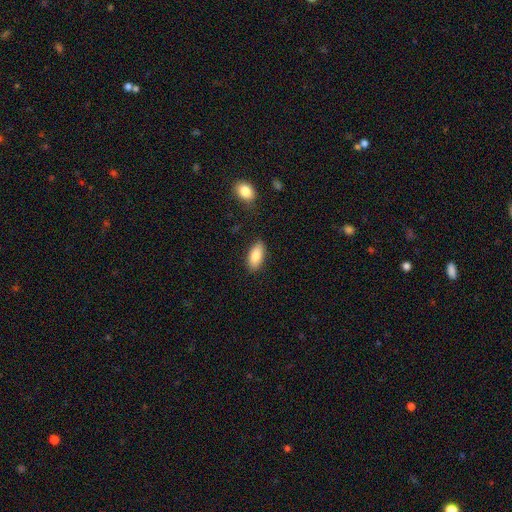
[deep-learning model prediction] A smooth galaxy with no disk features (85%) that is in between round and cigar-shaped (88%). Merging: none (85%).